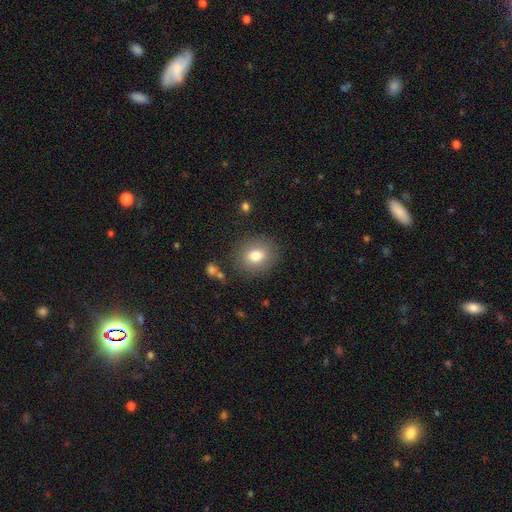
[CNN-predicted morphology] Overall: smooth (78%). How rounded: round (66%; in between 33%). Merging: none (84%).